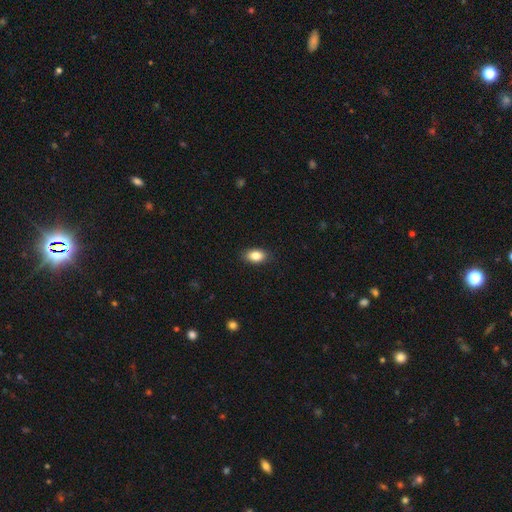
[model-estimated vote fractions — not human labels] This is clearly a smooth galaxy (85%). How rounded: clearly in between (88%). Merging: clearly none (88%).